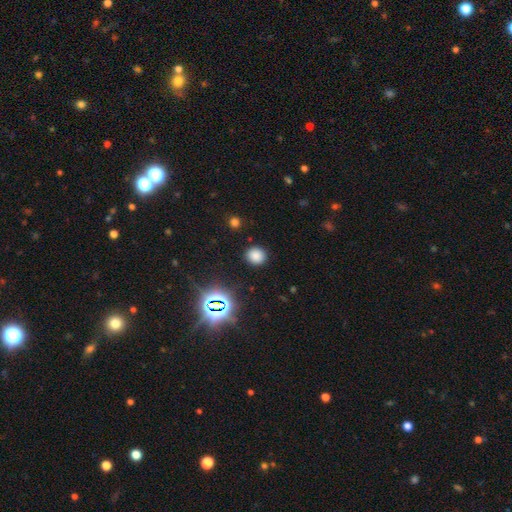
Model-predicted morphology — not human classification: Q: Smooth or featured?
A: smooth (76%); runner-up: star or artifact (19%)
Q: How rounded?
A: round (81%); runner-up: in between (18%)
Q: Merging?
A: none (89%); runner-up: minor disturbance (7%)